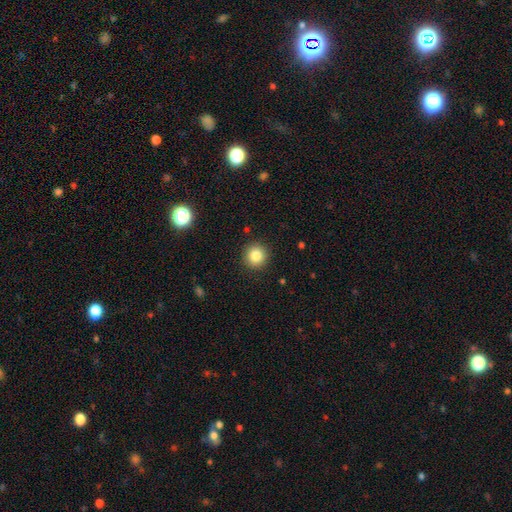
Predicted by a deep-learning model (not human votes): Smooth or featured? Predicted: smooth (p=0.83). How rounded? Predicted: round (p=0.94). Merging? Predicted: none (p=0.91).